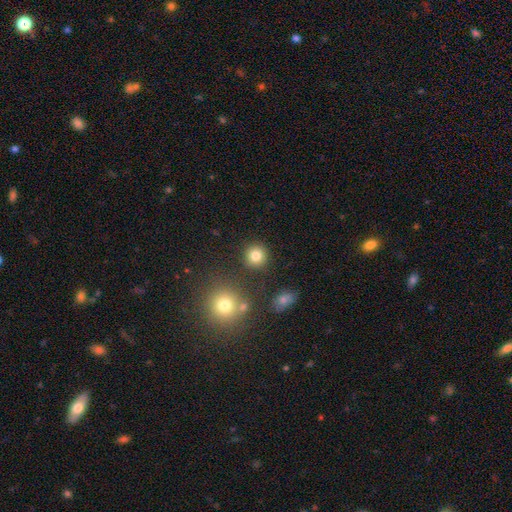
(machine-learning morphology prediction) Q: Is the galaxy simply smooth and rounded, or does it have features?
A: smooth — 83%.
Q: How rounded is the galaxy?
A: round — 92%.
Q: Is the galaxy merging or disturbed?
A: none — 87%.